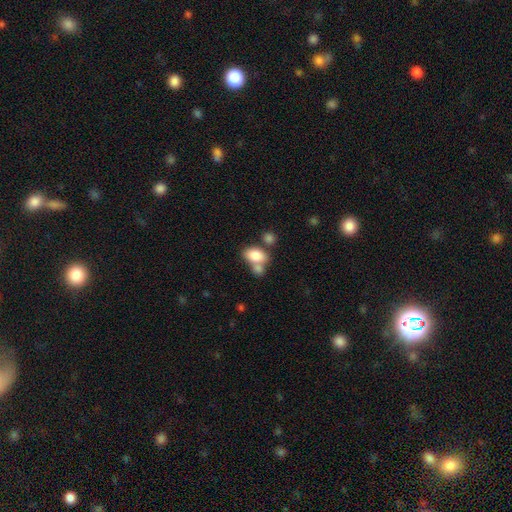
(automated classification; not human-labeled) smooth-or-featured: smooth: 81% | featured or disk: 11% | star or artifact: 8%
  how-rounded: in between: 85% | round: 13% | cigar-shaped: 2%
  merging: merger: 44% | none: 37% | minor disturbance: 13% | major disturbance: 6%